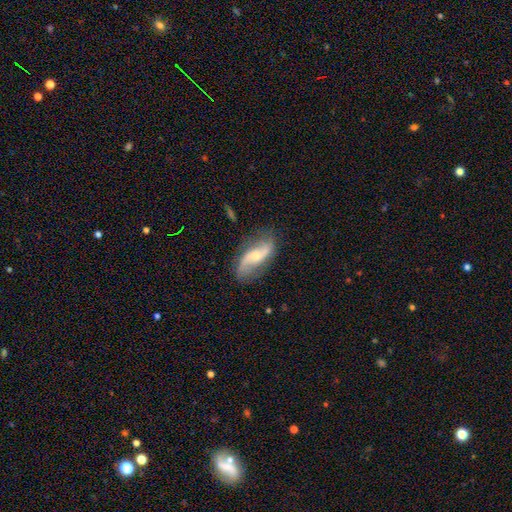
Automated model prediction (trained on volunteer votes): Morphology: type=featured or disk (78%); edge-on=no (93%); bar=no (53%); spiral arms=yes (93%); winding=loose (72%); arm count=2 (90%); bulge=small (52%); merging=none (74%).